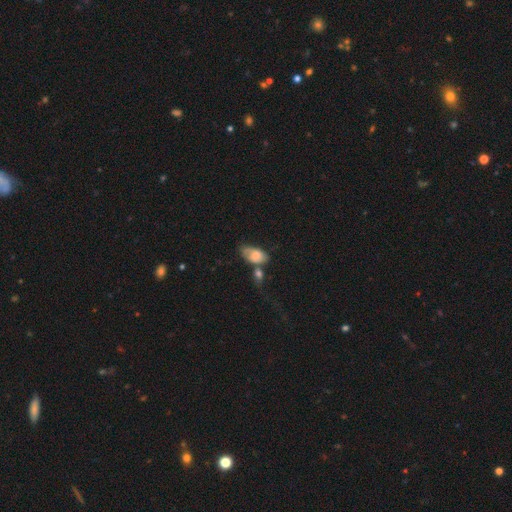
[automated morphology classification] Overall: smooth (61%; featured or disk 32%). How rounded: in between (90%). Merging: merger (34%; none 33%).